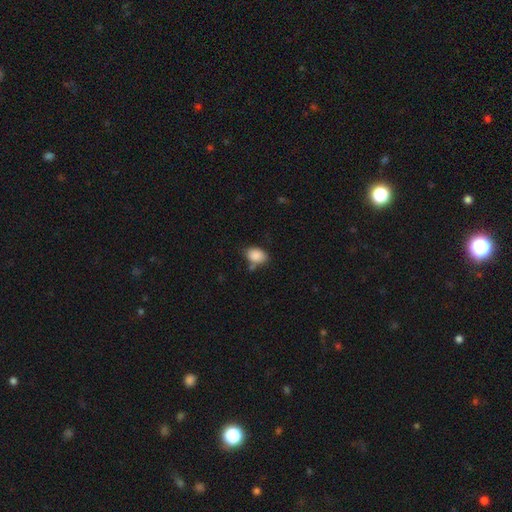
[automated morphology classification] type=smooth (88%); roundness=in between (79%); merging=none (66%).